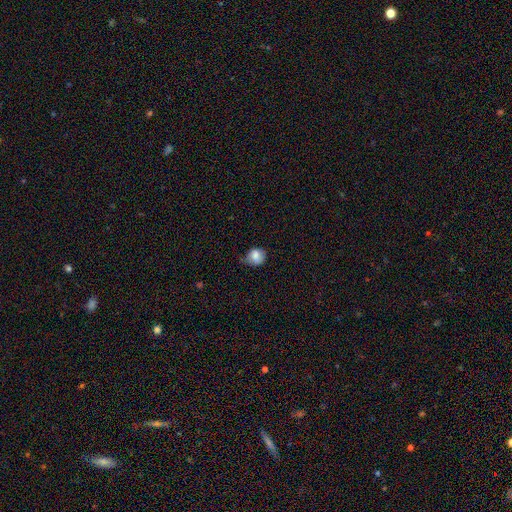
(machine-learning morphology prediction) type=smooth (80%); roundness=round (74%); merging=none (52%).